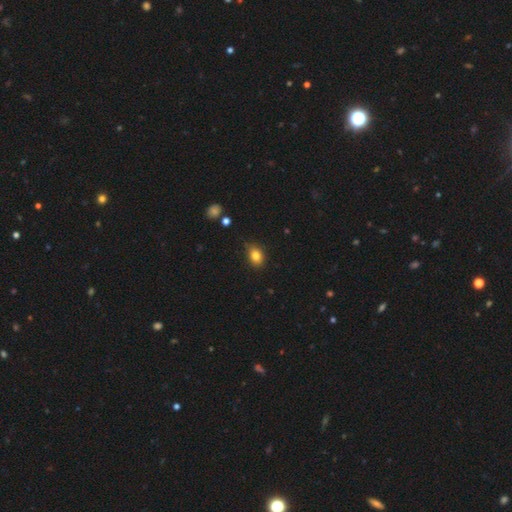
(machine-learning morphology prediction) smooth-or-featured: smooth: 83% | star or artifact: 11% | featured or disk: 7%
  how-rounded: in between: 61% | round: 38% | cigar-shaped: 1%
  merging: none: 75% | minor disturbance: 20% | major disturbance: 3% | merger: 2%